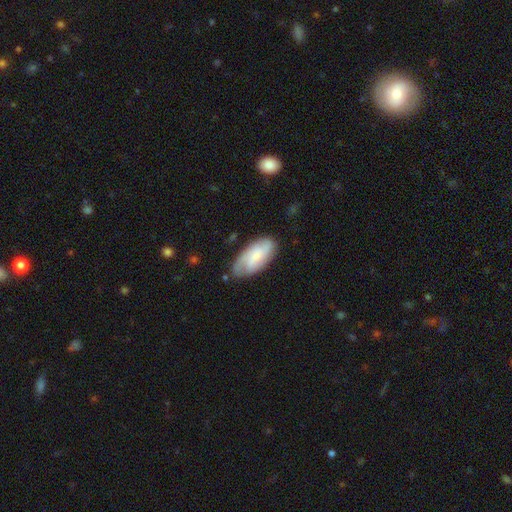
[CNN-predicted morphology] type=featured or disk (49%); merging=none (71%).